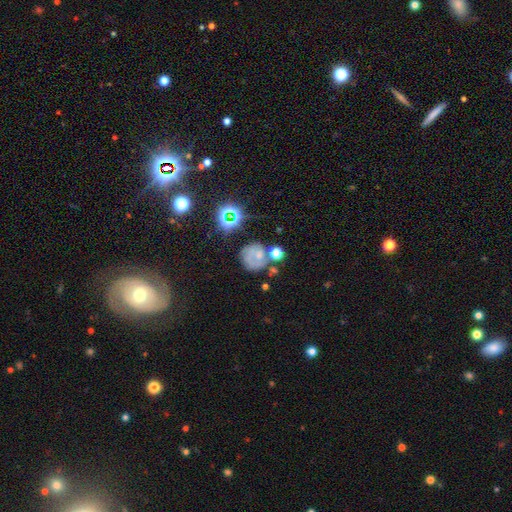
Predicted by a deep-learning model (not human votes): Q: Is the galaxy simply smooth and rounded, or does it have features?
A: featured or disk — 42%.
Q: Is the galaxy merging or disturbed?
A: none — 50%.